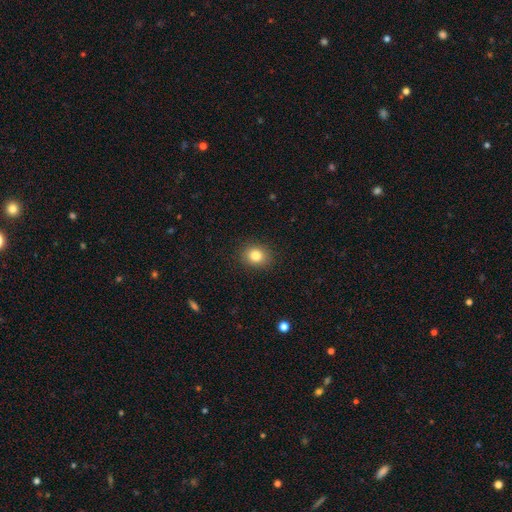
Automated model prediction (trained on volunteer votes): smooth 83%, star or artifact 11%, featured or disk 6%. Down the decision tree: how rounded — round (65%); merging — none (89%).